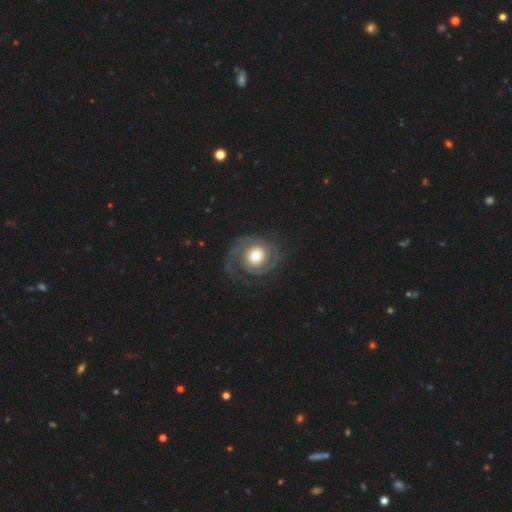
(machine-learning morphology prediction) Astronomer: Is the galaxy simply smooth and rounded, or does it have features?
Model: featured or disk — 85%.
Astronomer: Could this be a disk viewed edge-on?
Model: no — 98%.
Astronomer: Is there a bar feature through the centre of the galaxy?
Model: no — 77%.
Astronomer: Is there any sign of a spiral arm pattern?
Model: yes — 94%.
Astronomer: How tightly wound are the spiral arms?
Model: tight — 57% (runner-up: medium, 33%).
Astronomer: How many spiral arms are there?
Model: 2 — 76%.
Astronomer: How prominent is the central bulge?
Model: moderate — 61%.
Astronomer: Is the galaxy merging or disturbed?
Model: none — 73%.